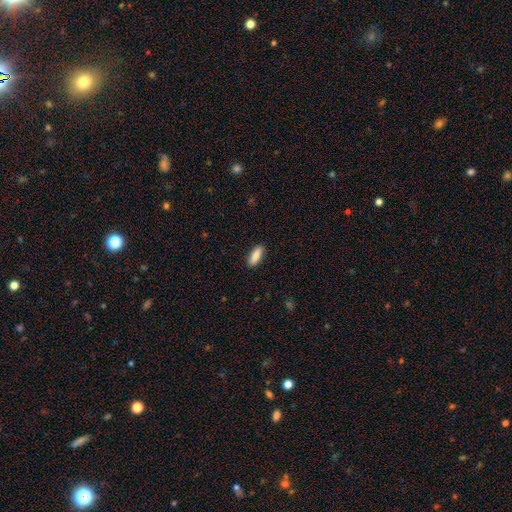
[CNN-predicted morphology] Smooth or featured? Predicted: smooth (p=0.88). How rounded? Predicted: in between (p=0.69). Merging? Predicted: none (p=0.88).